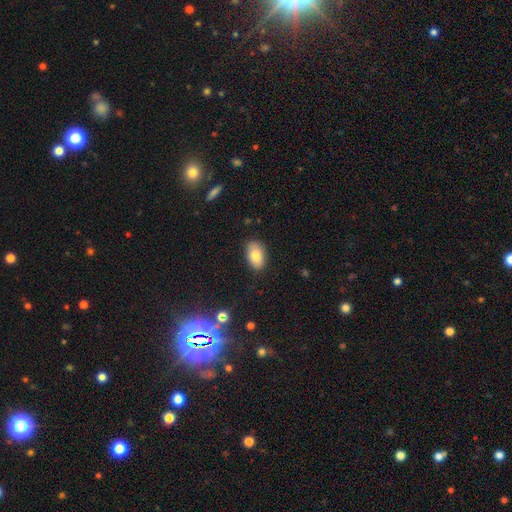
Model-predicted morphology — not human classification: This is clearly a smooth galaxy (81%). How rounded: clearly in between (91%). Merging: clearly none (85%).